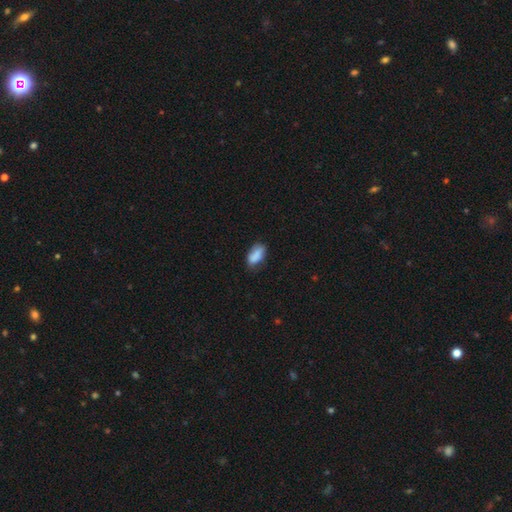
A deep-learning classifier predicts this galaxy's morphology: type=smooth (85%); roundness=in between (90%); merging=none (65%).